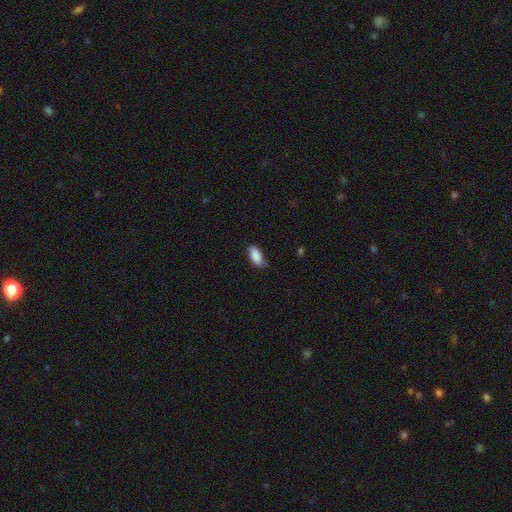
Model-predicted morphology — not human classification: smooth 88%, star or artifact 7%, featured or disk 5%. Down the decision tree: how rounded — in between (92%); merging — none (67%).